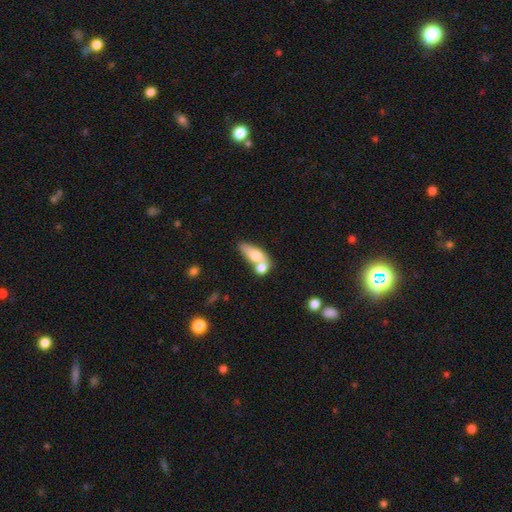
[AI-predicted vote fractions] A smooth galaxy with no disk features (68%) that is in between round and cigar-shaped (71%).

Vote fractions:
- Smooth or featured? smooth: 68% / featured or disk: 24% / star or artifact: 7%
- How rounded? in between: 71% / cigar-shaped: 19% / round: 10%
- Merging? merger: 50% / none: 31% / minor disturbance: 12% / major disturbance: 7%